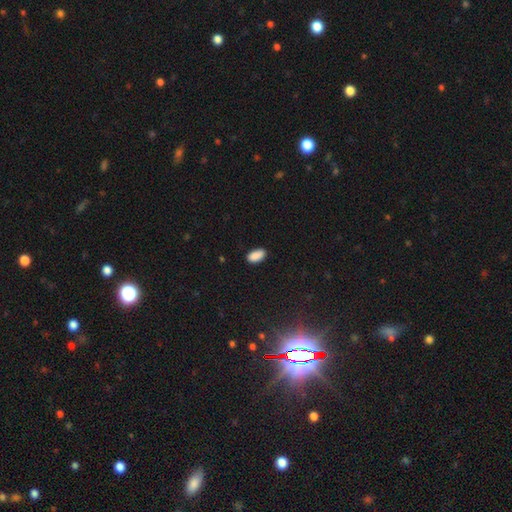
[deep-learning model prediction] The model was most divided on "merging": none: 82%, minor disturbance: 14%, major disturbance: 2%, merger: 1%. More confident: how rounded — in between (93%); smooth or featured — smooth (89%).